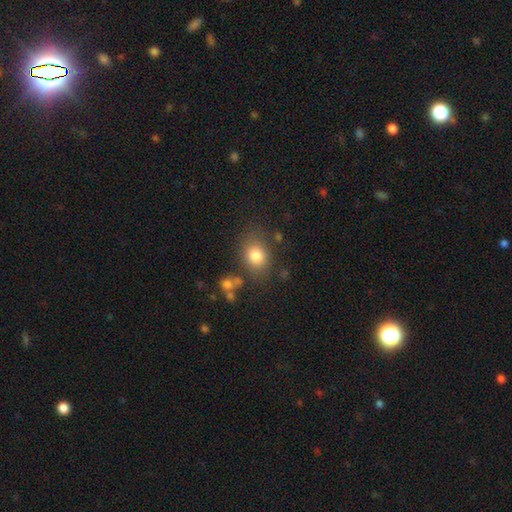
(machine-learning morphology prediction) Smooth or featured? smooth (81%)
How rounded? in between (53%)
Merging? none (71%)